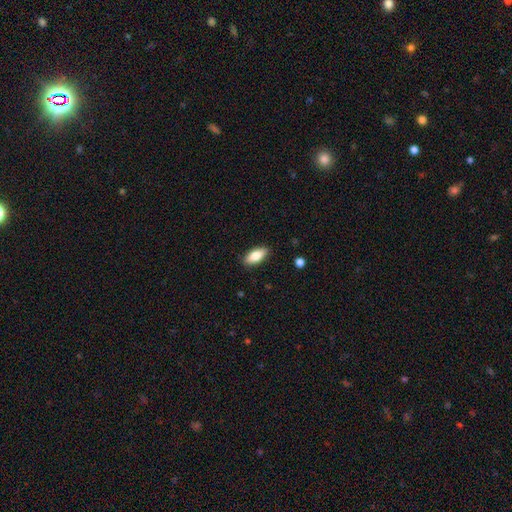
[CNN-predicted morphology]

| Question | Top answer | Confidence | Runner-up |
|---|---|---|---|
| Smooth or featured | smooth | 81% | featured or disk (13%) |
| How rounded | in between | 85% | cigar-shaped (12%) |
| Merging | none | 88% | minor disturbance (9%) |